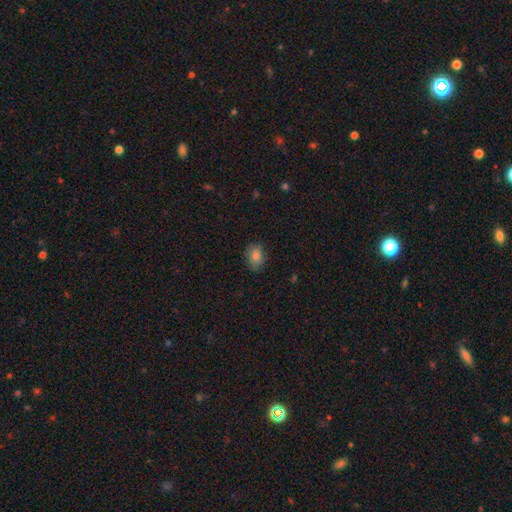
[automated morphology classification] A smooth galaxy with no disk features (84%) that is in between round and cigar-shaped (71%). Merging: none (83%).